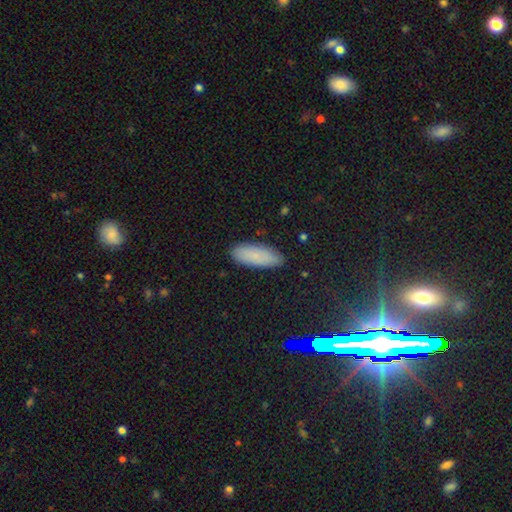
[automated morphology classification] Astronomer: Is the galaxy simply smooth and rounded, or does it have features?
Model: smooth — 82%.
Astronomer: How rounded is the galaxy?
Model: in between — 72%.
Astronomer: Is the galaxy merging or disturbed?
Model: none — 88%.